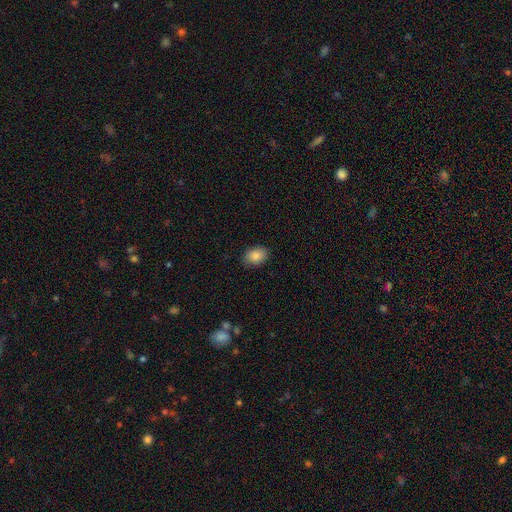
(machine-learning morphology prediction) smooth_or_featured: smooth (p=0.87) [alt: star or artifact p=0.08]
how_rounded: in between (p=0.76) [alt: round p=0.23]
merging: none (p=0.86) [alt: minor disturbance p=0.10]